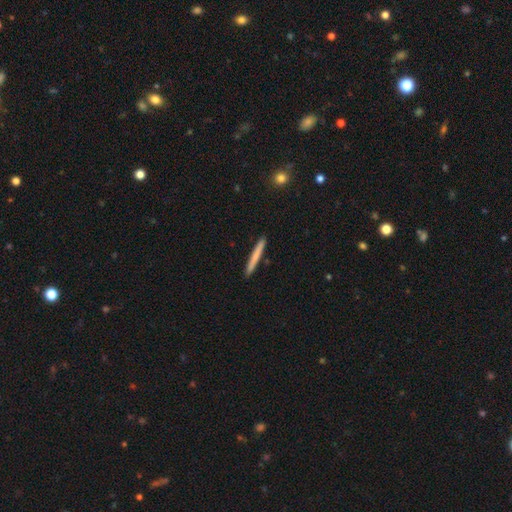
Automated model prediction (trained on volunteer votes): Morphology: type=smooth (71%); roundness=cigar-shaped (97%); merging=none (92%).